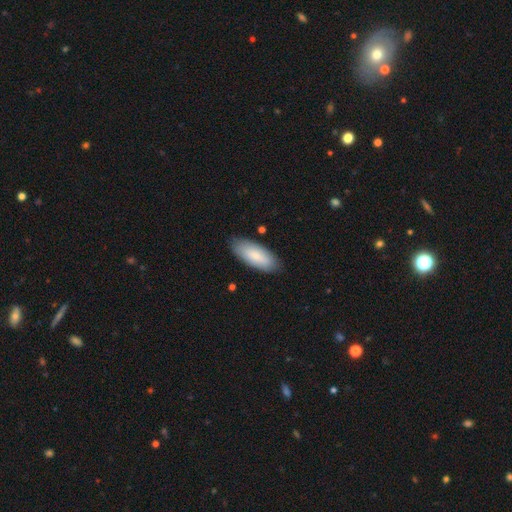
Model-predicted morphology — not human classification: Q: Smooth or featured?
A: smooth (83%); runner-up: featured or disk (12%)
Q: How rounded?
A: in between (82%); runner-up: cigar-shaped (17%)
Q: Merging?
A: none (85%); runner-up: minor disturbance (11%)